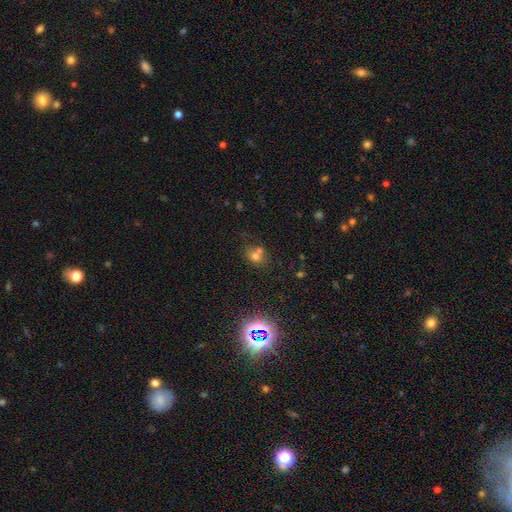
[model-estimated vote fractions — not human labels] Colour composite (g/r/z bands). It shows a smooth galaxy with no disk features (64%) that is round (67%). Merging: none (44%).